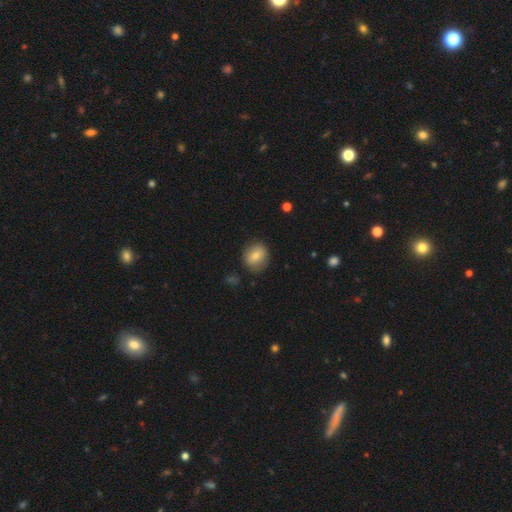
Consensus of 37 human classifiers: Morphology: type=smooth (78%); roundness=round (59%); merging=none (74%).